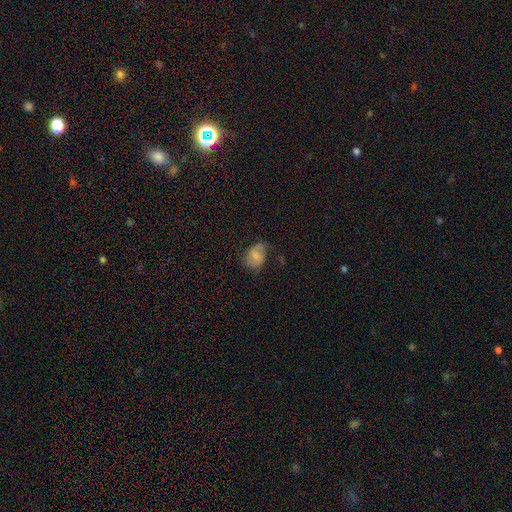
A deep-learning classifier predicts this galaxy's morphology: smooth-or-featured: smooth: 63% | featured or disk: 28% | star or artifact: 9%
  how-rounded: in between: 72% | round: 27% | cigar-shaped: 1%
  merging: none: 51% | minor disturbance: 32% | major disturbance: 15% | merger: 2%